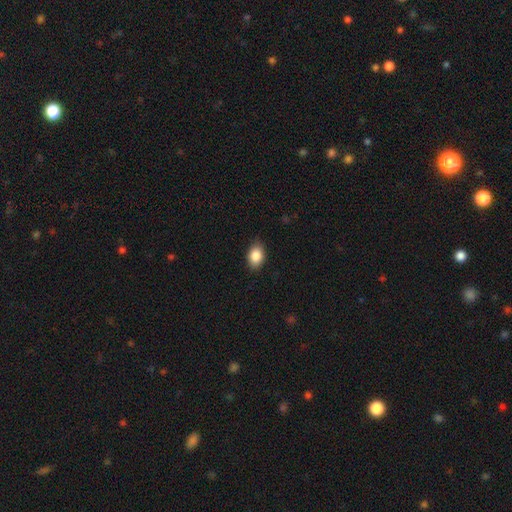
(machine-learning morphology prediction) type=smooth (87%); roundness=in between (75%); merging=none (82%).